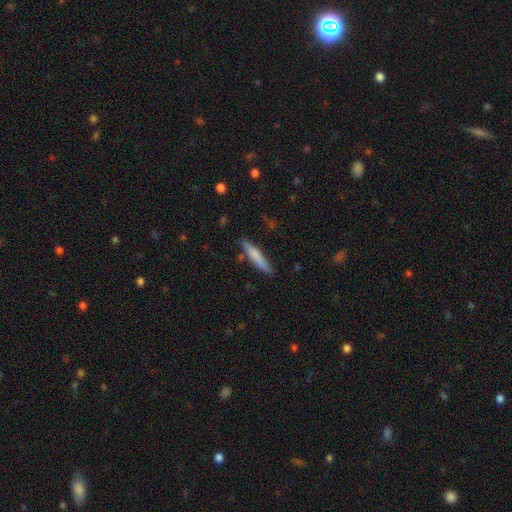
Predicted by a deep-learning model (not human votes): A smooth galaxy with no disk features (72%) that is cigar-shaped (90%). Merging: none (82%).